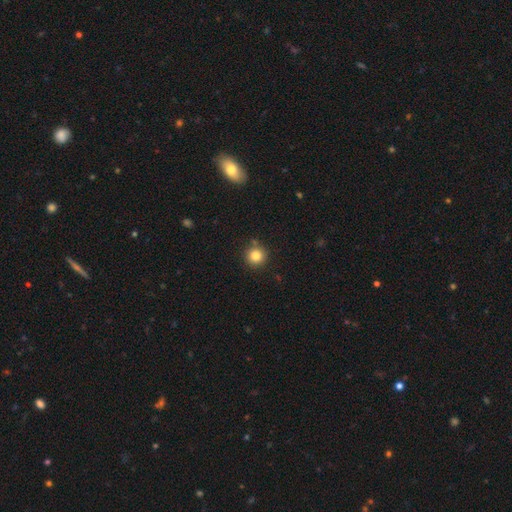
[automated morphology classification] Q: Smooth or featured?
A: smooth (82%); runner-up: star or artifact (12%)
Q: How rounded?
A: round (94%); runner-up: in between (5%)
Q: Merging?
A: none (84%); runner-up: minor disturbance (8%)